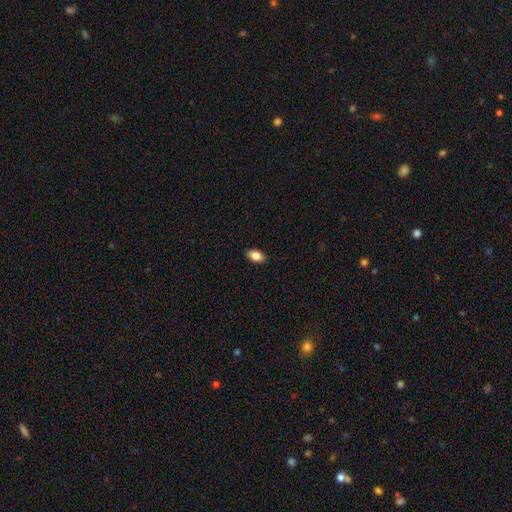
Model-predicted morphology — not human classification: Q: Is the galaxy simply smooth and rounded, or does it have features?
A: smooth — 86%.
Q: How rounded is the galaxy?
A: in between — 91%.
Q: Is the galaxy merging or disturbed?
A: none — 88%.